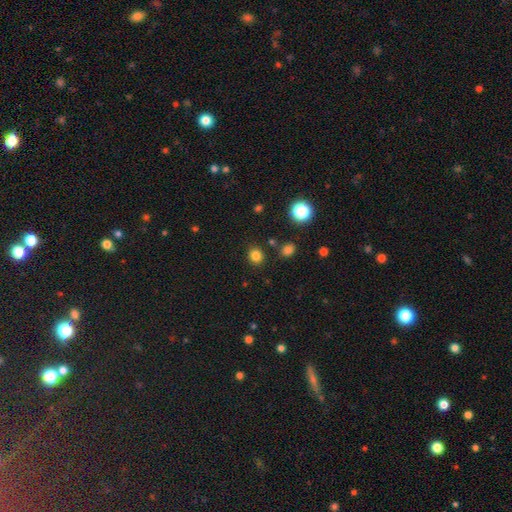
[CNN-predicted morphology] smooth 81%, star or artifact 14%, featured or disk 5%. Down the decision tree: how rounded — round (74%); merging — none (86%).